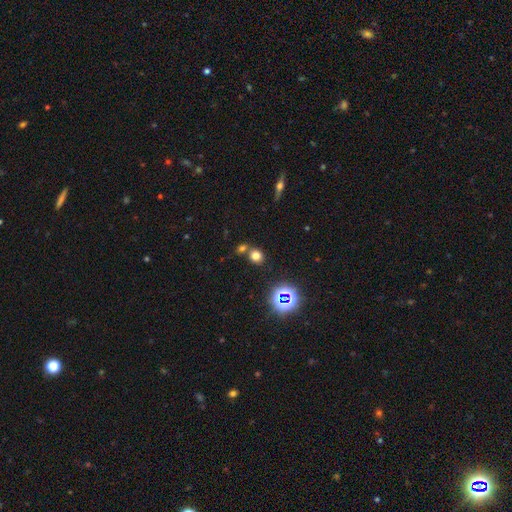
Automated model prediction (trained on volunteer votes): This is likely a smooth galaxy (69%). How rounded: likely round (74%). Merging: likely none (62%).